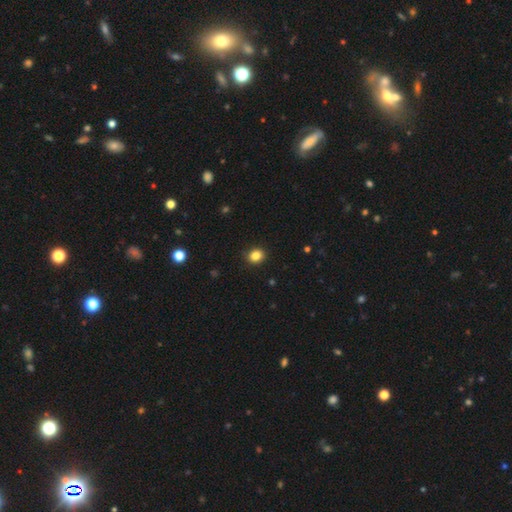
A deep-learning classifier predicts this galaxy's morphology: Q: Smooth or featured?
A: smooth (84%); runner-up: star or artifact (11%)
Q: How rounded?
A: round (72%); runner-up: in between (27%)
Q: Merging?
A: none (90%); runner-up: minor disturbance (7%)